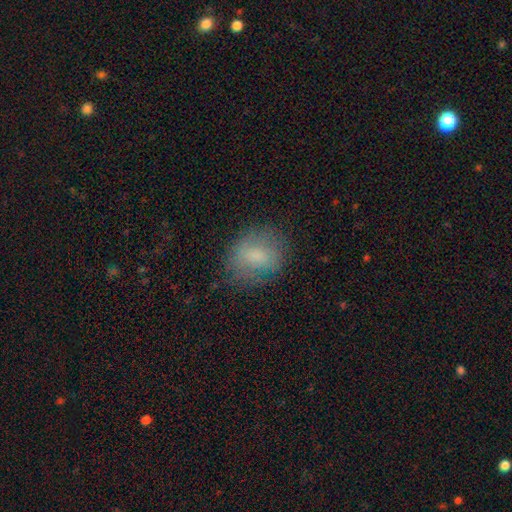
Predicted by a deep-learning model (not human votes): This is likely a smooth galaxy (74%). How rounded: possibly in between (51%). Merging: likely none (72%).